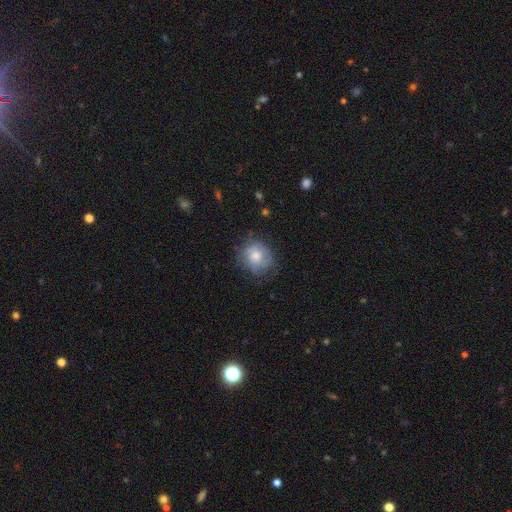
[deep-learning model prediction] This is possibly a smooth galaxy (59%). How rounded: likely round (78%). Merging: likely none (62%).